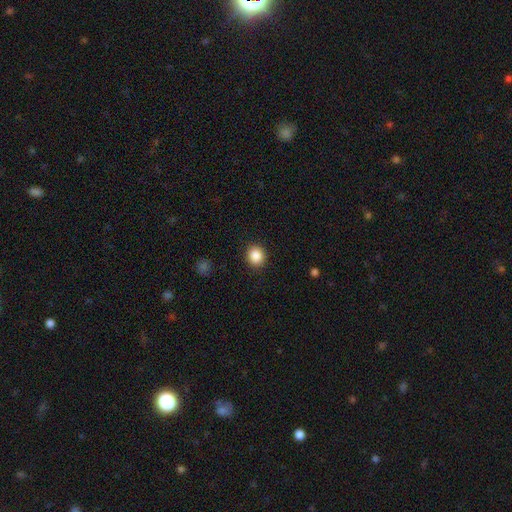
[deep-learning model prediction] Overall: smooth (87%). How rounded: round (85%). Merging: none (91%).